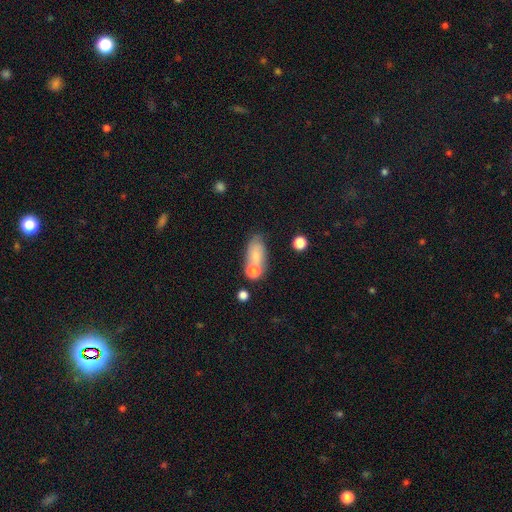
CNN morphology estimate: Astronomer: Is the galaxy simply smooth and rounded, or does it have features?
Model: smooth — 72%.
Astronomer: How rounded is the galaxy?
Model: in between — 82%.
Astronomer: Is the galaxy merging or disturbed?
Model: none — 43% (runner-up: merger, 32%).